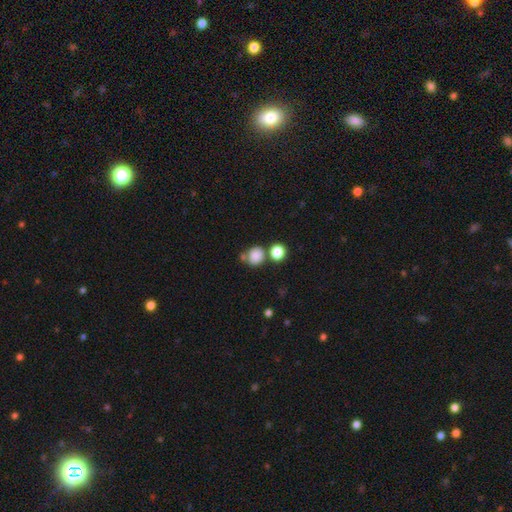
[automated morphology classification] The model was most divided on "merging": none: 60%, merger: 24%, minor disturbance: 12%, major disturbance: 4%. More confident: smooth or featured — smooth (83%); how rounded — round (82%).